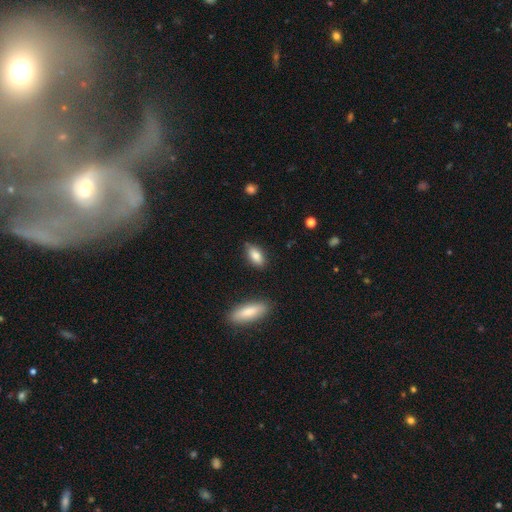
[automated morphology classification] smooth 85%, featured or disk 8%, star or artifact 7%. Down the decision tree: how rounded — in between (88%); merging — none (80%).